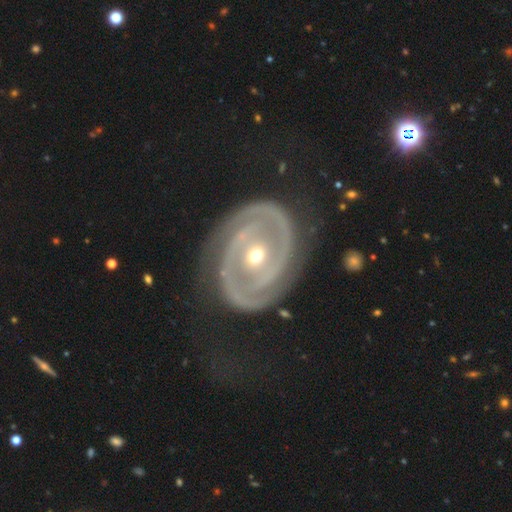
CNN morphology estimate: Smooth or featured?
  - featured or disk: 90% *
  - smooth: 5%
  - star or artifact: 5%
Edge-on disk?
  - no: 97% *
  - yes: 3%
Bar?
  - no: 53% *
  - weak: 26%
  - strong: 20%
Spiral arms?
  - yes: 95% *
  - no: 5%
Spiral winding?
  - tight: 69% *
  - medium: 25%
  - loose: 6%
Spiral arm count?
  - 2: 83% *
  - can't tell: 6%
  - 3: 5%
  - 1: 2%
  - 4: 2%
  - more than 4: 2%
Bulge size?
  - moderate: 49% *
  - small: 48%
  - large: 2%
  - dominant: 1%
  - none: 1%
Merging?
  - none: 76% *
  - minor disturbance: 14%
  - major disturbance: 8%
  - merger: 2%